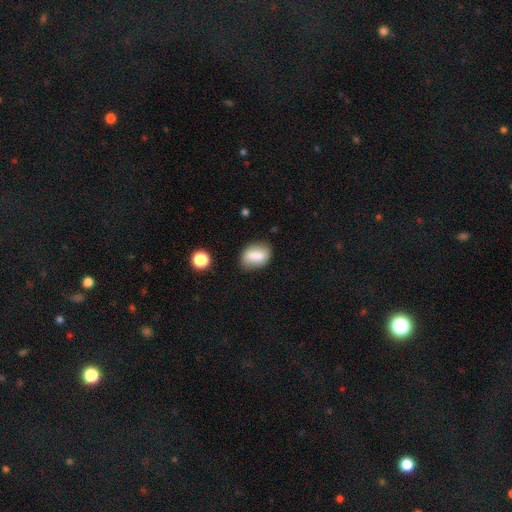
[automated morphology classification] Smooth or featured? Predicted: smooth (p=0.76). How rounded? Predicted: in between (p=0.78). Merging? Predicted: none (p=0.74).